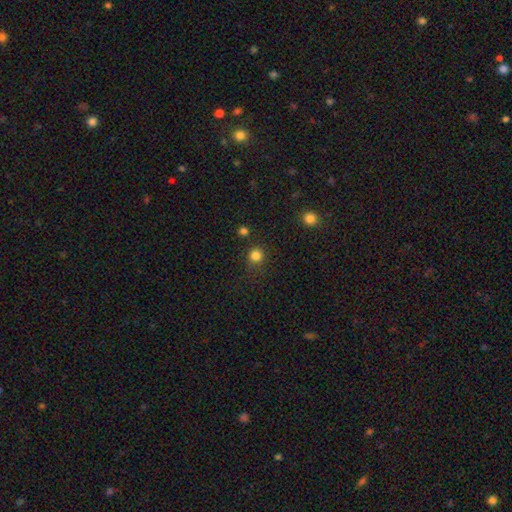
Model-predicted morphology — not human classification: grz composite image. It shows a smooth galaxy with no disk features (82%) that is round (91%). Merging: none (81%).